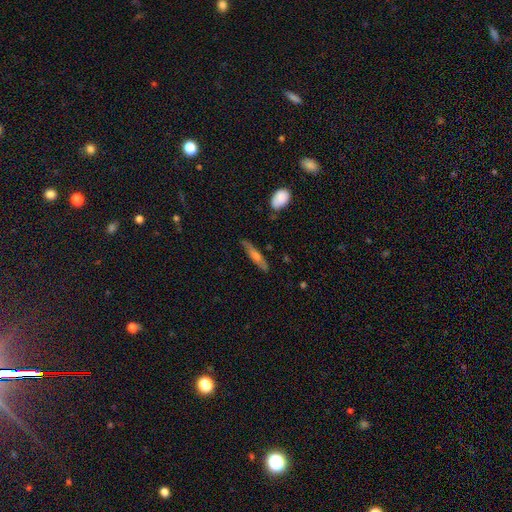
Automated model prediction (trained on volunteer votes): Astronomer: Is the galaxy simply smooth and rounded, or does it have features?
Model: smooth — 51% (runner-up: featured or disk, 42%).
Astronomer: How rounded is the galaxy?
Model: cigar-shaped — 85%.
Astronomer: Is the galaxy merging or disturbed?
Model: none — 83%.